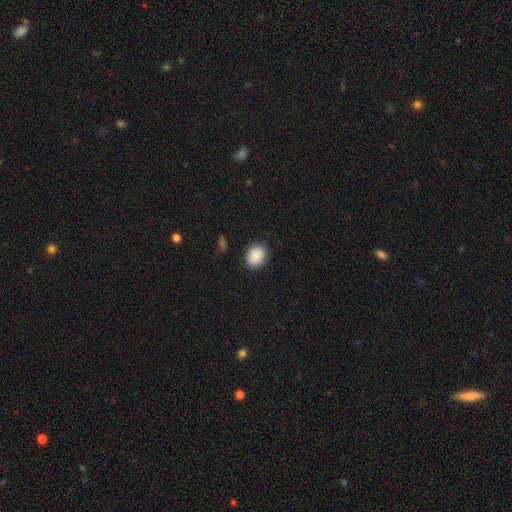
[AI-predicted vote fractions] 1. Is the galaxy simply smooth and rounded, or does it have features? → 90% smooth, 7% star or artifact, 3% featured or disk.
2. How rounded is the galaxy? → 65% in between, 34% round, 1% cigar-shaped.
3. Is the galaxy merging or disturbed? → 85% none, 11% minor disturbance, 3% major disturbance, 1% merger.